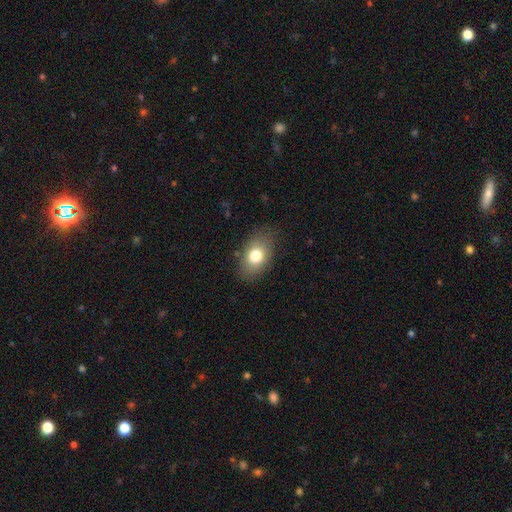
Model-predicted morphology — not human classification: Q: Smooth or featured?
A: smooth (76%); runner-up: featured or disk (14%)
Q: How rounded?
A: in between (81%); runner-up: round (17%)
Q: Merging?
A: none (77%); runner-up: minor disturbance (16%)